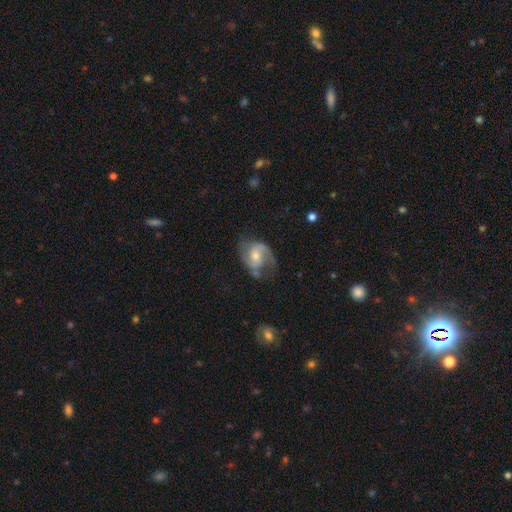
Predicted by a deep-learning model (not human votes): Smooth or featured: featured or disk — 70% (smooth — 23%)
Edge-on disk: no — 97% (yes — 3%)
Bar: no — 52% (weak — 39%)
Spiral arms: yes — 88% (no — 12%)
Spiral winding: medium — 48% (loose — 32%)
Spiral arm count: 2 — 77% (can't tell — 10%)
Bulge size: moderate — 57% (small — 35%)
Merging: none — 48% (minor disturbance — 28%)